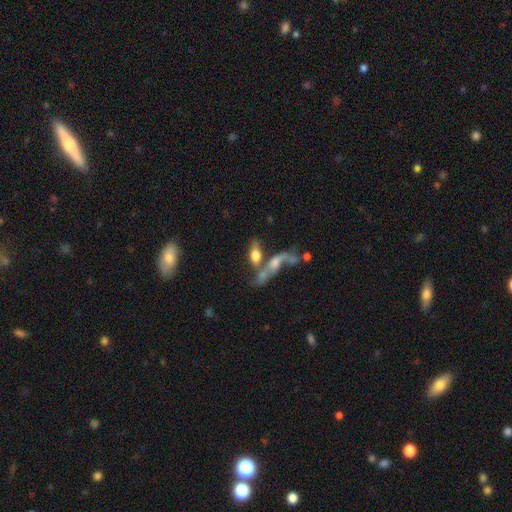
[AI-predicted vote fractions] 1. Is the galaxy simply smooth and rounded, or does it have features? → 57% smooth, 33% featured or disk, 10% star or artifact.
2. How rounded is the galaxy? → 75% in between, 18% cigar-shaped, 8% round.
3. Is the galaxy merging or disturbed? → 58% merger, 21% none, 12% major disturbance, 8% minor disturbance.